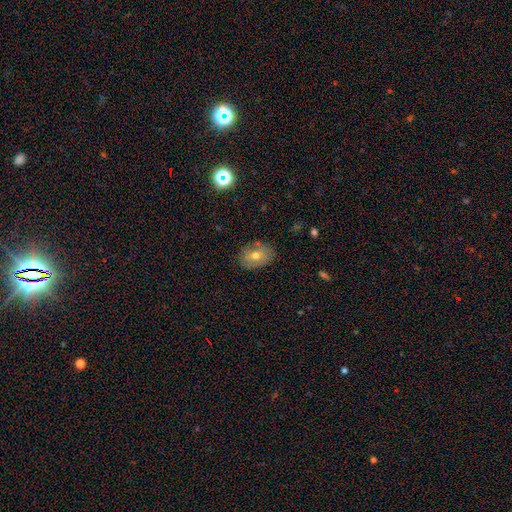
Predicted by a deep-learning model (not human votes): This is possibly a smooth galaxy (60%). How rounded: likely in between (73%). Merging: clearly none (80%).